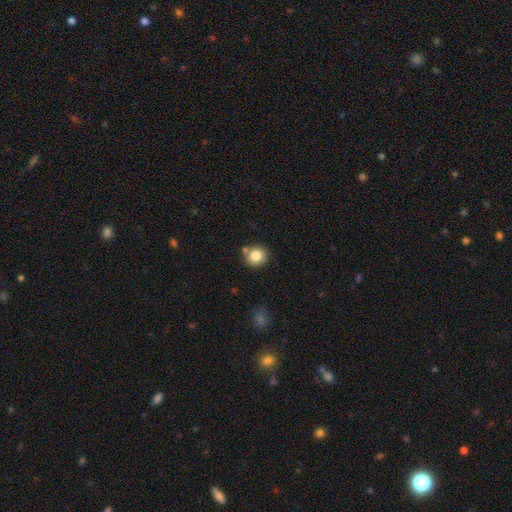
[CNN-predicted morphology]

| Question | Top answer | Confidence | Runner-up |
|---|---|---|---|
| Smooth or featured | smooth | 84% | star or artifact (10%) |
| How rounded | round | 90% | in between (9%) |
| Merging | none | 77% | merger (10%) |